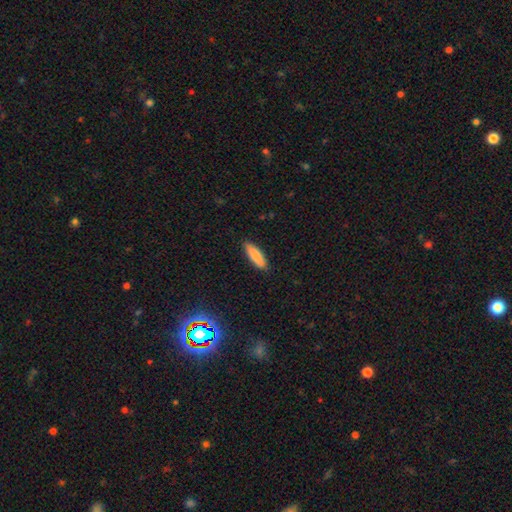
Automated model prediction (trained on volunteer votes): A smooth galaxy with no disk features (85%) that is cigar-shaped (60%). Merging: none (88%).